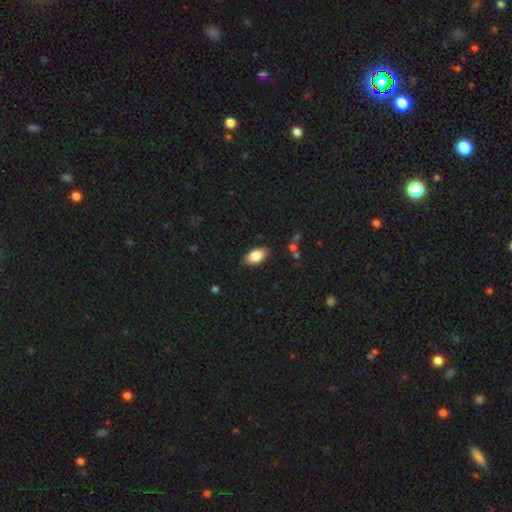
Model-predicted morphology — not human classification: This appears to be a smooth galaxy with no disk features (85%) that is in between round and cigar-shaped (93%). Merging: none (85%).